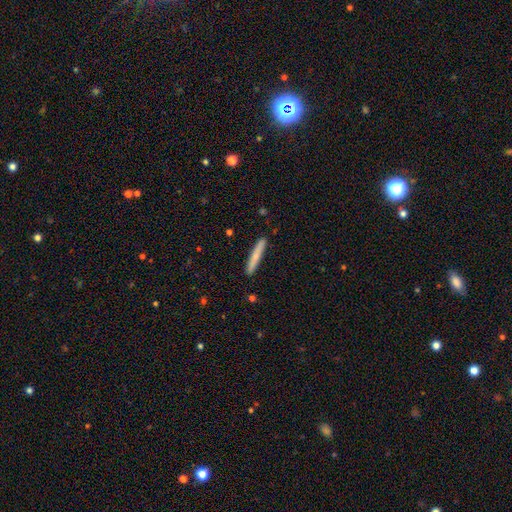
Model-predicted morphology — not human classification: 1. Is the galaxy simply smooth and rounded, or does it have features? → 64% smooth, 30% featured or disk, 6% star or artifact.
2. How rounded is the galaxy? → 95% cigar-shaped, 4% in between, 1% round.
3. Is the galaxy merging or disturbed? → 89% none, 8% minor disturbance, 1% major disturbance, 1% merger.